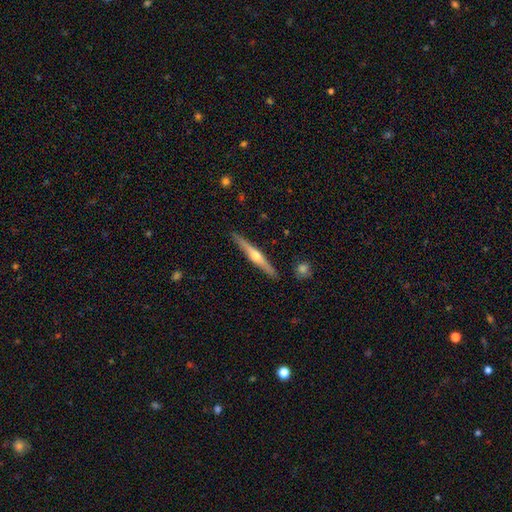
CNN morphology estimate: Q: Smooth or featured?
A: featured or disk (75%); runner-up: smooth (20%)
Q: Edge-on disk?
A: yes (98%); runner-up: no (2%)
Q: Edge-on bulge?
A: rounded (92%); runner-up: none (5%)
Q: Merging?
A: none (91%); runner-up: minor disturbance (7%)